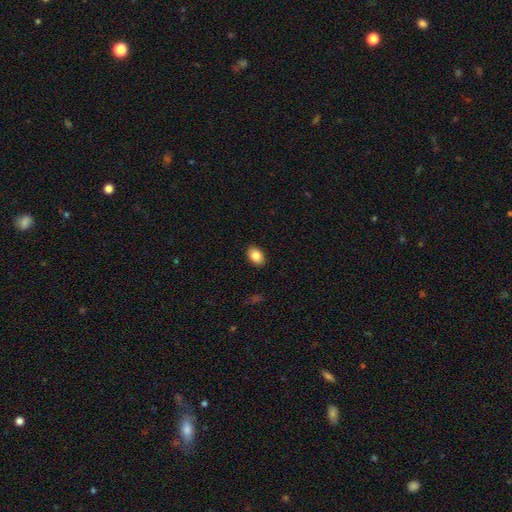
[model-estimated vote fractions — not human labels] smooth-or-featured: smooth: 85% | star or artifact: 8% | featured or disk: 7%
  how-rounded: in between: 85% | round: 14% | cigar-shaped: 1%
  merging: none: 90% | minor disturbance: 7% | major disturbance: 2% | merger: 1%